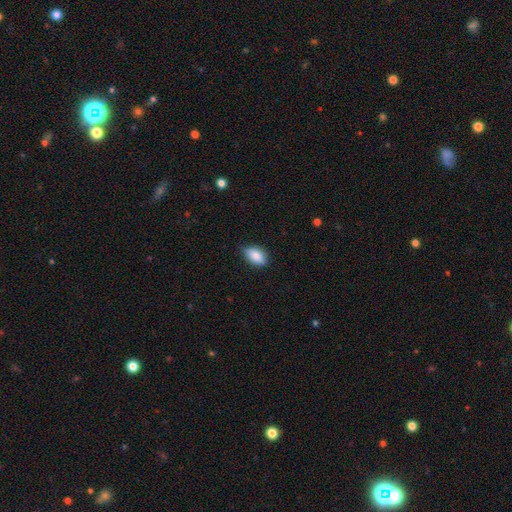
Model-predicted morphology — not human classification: smooth_or_featured: smooth (p=0.83) [alt: featured or disk p=0.10]
how_rounded: in between (p=0.89) [alt: round p=0.07]
merging: none (p=0.76) [alt: minor disturbance p=0.20]